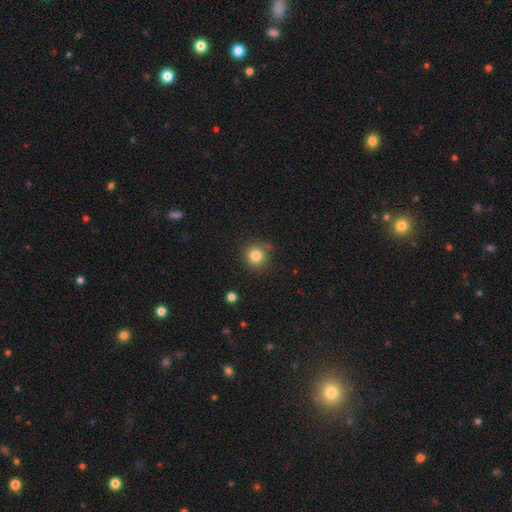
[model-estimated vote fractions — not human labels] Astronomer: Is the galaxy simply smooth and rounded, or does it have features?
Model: smooth — 83%.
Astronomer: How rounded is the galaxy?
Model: round — 93%.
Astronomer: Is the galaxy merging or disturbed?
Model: none — 81%.